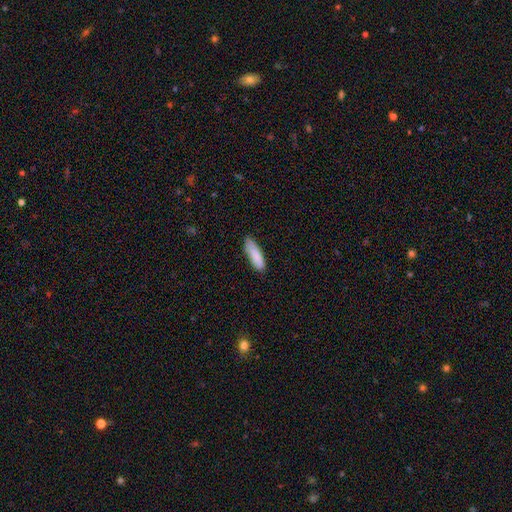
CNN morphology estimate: Smooth or featured?
  - smooth: 86% *
  - featured or disk: 8%
  - star or artifact: 6%
How rounded?
  - cigar-shaped: 51% *
  - in between: 48%
  - round: 1%
Merging?
  - none: 78% *
  - minor disturbance: 18%
  - major disturbance: 3%
  - merger: 1%